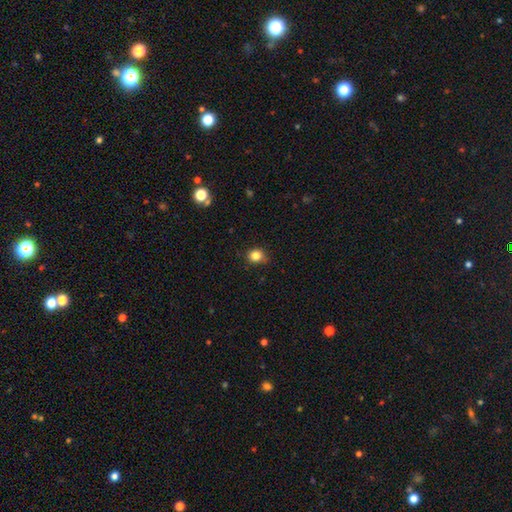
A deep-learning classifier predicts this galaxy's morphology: The model was most divided on "how rounded": round: 78%, in between: 21%, cigar-shaped: 1%. More confident: smooth or featured — smooth (84%); merging — none (81%).